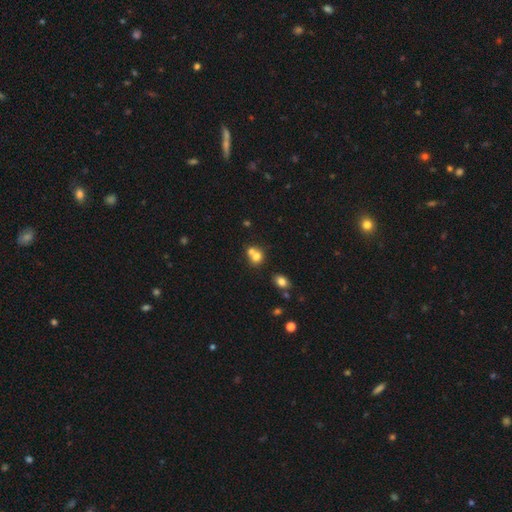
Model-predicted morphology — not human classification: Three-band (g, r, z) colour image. It shows a smooth galaxy with no disk features (73%) that is round (74%). Merging: merger (55%).